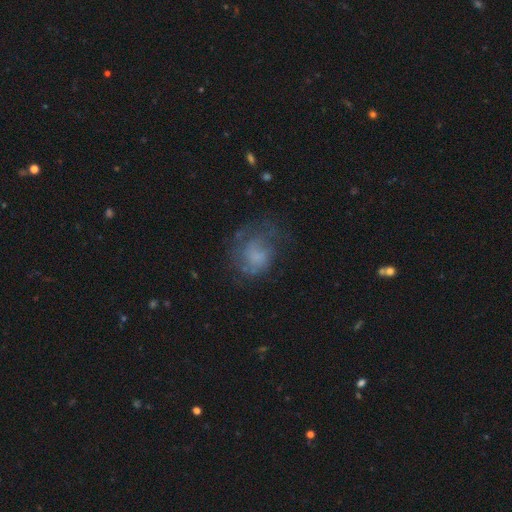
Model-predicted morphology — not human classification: This is possibly a smooth galaxy (46%). Merging: possibly none (47%).